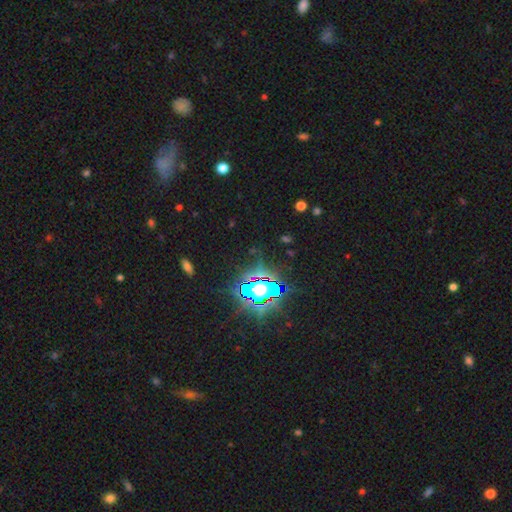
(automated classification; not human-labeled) smooth-or-featured: star or artifact: 81% | smooth: 11% | featured or disk: 8%